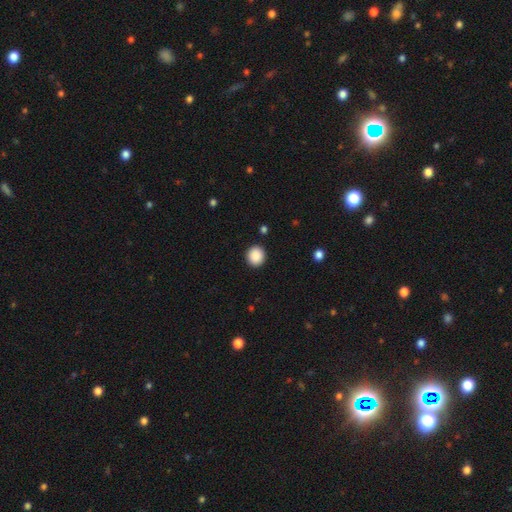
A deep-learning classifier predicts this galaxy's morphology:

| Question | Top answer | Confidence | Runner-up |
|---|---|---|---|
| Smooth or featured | smooth | 89% | star or artifact (8%) |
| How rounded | round | 89% | in between (10%) |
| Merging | none | 91% | minor disturbance (5%) |